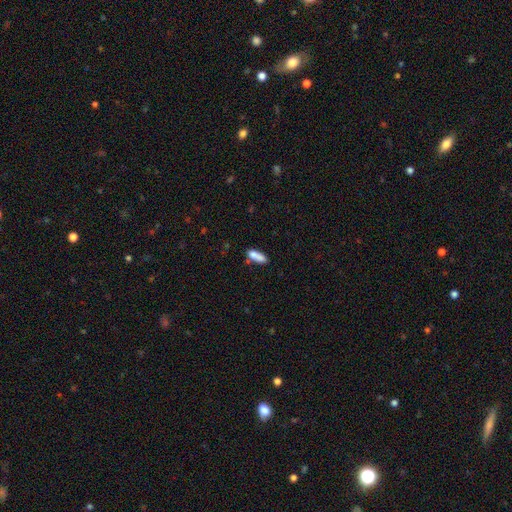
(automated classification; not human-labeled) Smooth or featured? Predicted: smooth (p=0.79). How rounded? Predicted: in between (p=0.55). Merging? Predicted: none (p=0.50).